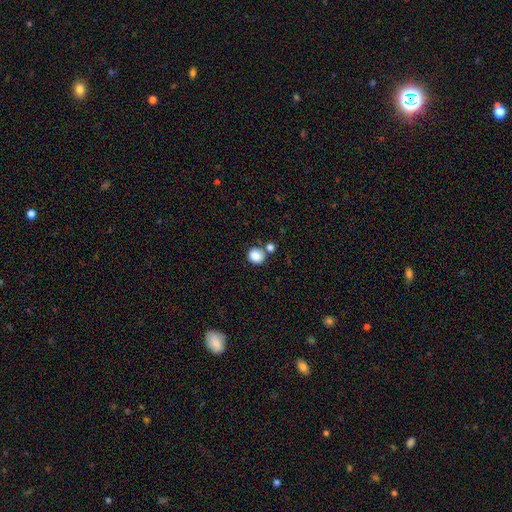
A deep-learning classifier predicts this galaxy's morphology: Overall: smooth (86%). How rounded: round (85%). Merging: none (66%).